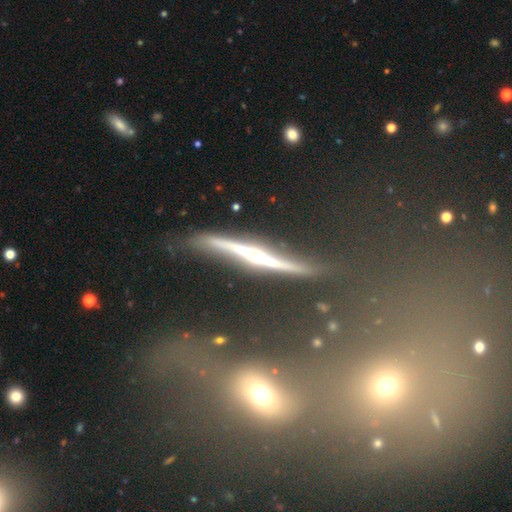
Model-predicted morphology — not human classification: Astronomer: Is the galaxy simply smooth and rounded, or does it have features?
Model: featured or disk — 77%.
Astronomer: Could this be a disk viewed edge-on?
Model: yes — 89%.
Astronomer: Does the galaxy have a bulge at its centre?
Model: rounded — 69%.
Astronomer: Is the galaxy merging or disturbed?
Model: none — 67%.